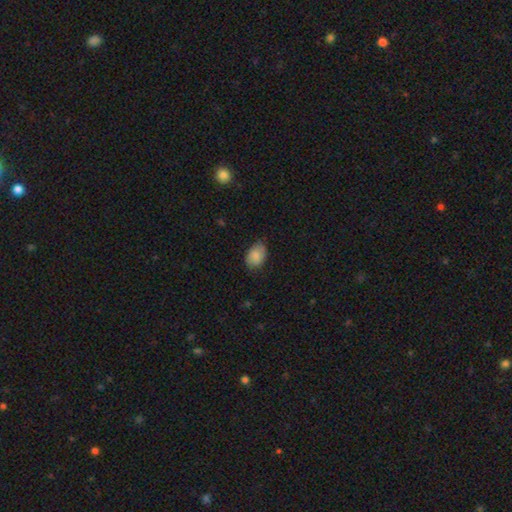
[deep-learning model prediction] Smooth or featured? Predicted: smooth (p=0.86). How rounded? Predicted: in between (p=0.83). Merging? Predicted: none (p=0.71).